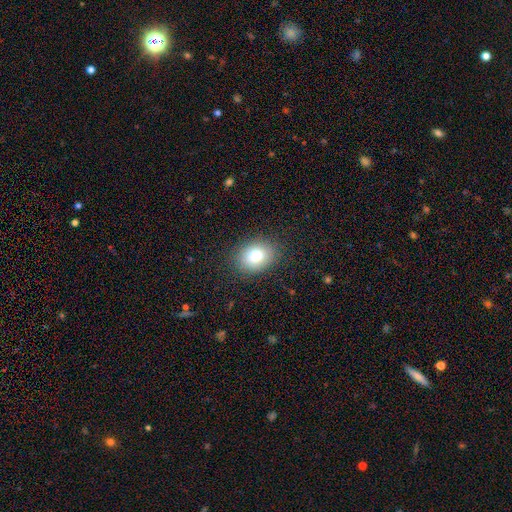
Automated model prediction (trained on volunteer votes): Smooth or featured? smooth (80%)
How rounded? in between (57%)
Merging? none (86%)